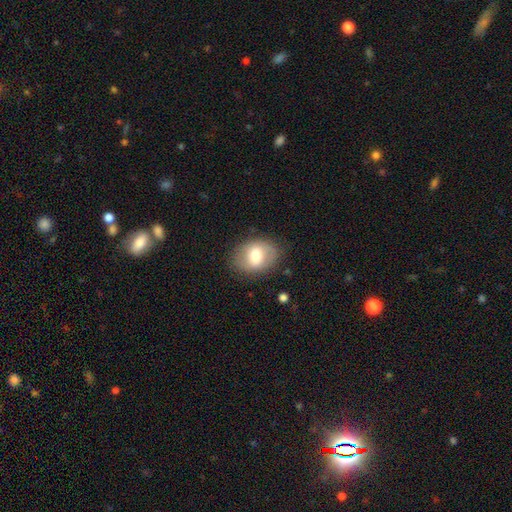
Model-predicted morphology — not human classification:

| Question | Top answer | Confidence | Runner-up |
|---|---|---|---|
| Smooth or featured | smooth | 64% | featured or disk (29%) |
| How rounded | in between | 68% | round (31%) |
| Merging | none | 80% | minor disturbance (14%) |